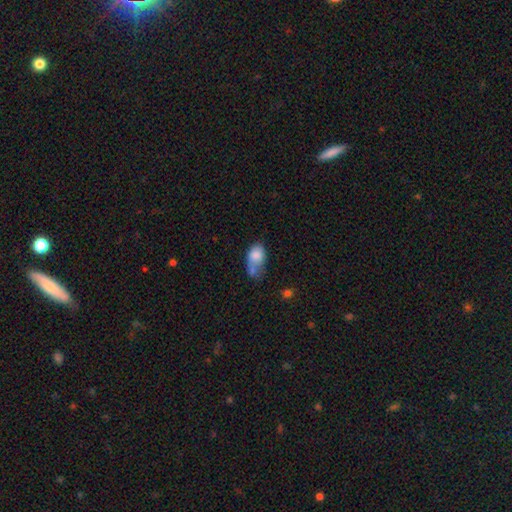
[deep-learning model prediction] Smooth or featured?
  - smooth: 78% *
  - featured or disk: 13%
  - star or artifact: 8%
How rounded?
  - in between: 82% *
  - round: 17%
  - cigar-shaped: 2%
Merging?
  - merger: 39% *
  - none: 25%
  - minor disturbance: 23%
  - major disturbance: 14%